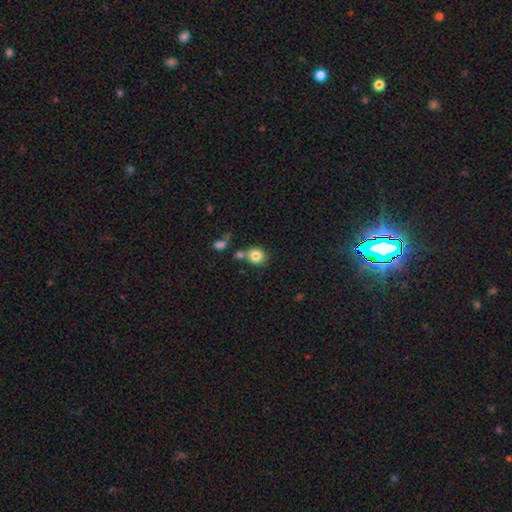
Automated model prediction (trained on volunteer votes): Smooth or featured? smooth (83%)
How rounded? round (81%)
Merging? none (61%)